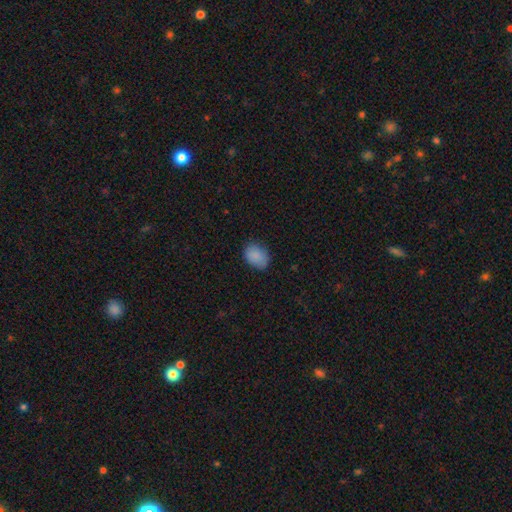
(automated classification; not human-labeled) Smooth or featured? Predicted: smooth (p=0.87). How rounded? Predicted: in between (p=0.75). Merging? Predicted: none (p=0.78).